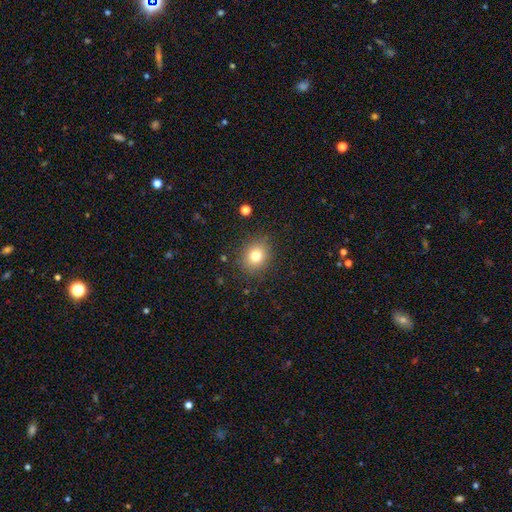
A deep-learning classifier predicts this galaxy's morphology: A smooth galaxy with no disk features (78%) that is round (66%).

Vote fractions:
- Smooth or featured? smooth: 78% / star or artifact: 12% / featured or disk: 10%
- How rounded? round: 66% / in between: 33% / cigar-shaped: 1%
- Merging? none: 85% / minor disturbance: 10% / major disturbance: 3% / merger: 1%